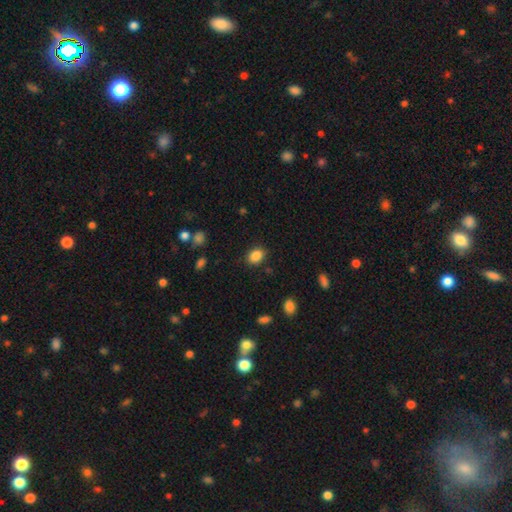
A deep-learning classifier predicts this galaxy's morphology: Q: Smooth or featured?
A: smooth (87%); runner-up: star or artifact (9%)
Q: How rounded?
A: in between (65%); runner-up: round (34%)
Q: Merging?
A: none (84%); runner-up: minor disturbance (11%)